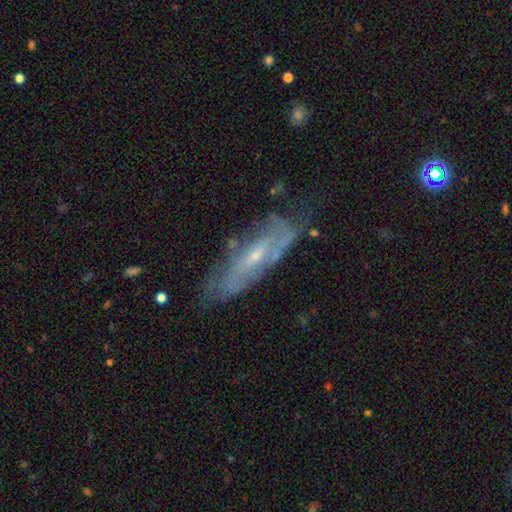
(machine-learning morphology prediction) Smooth or featured? Predicted: featured or disk (p=0.72). Edge-on disk? Predicted: no (p=0.70). Bar? Predicted: no (p=0.44). Spiral arms? Predicted: yes (p=0.73). Bulge size? Predicted: small (p=0.66). Merging? Predicted: none (p=0.62).